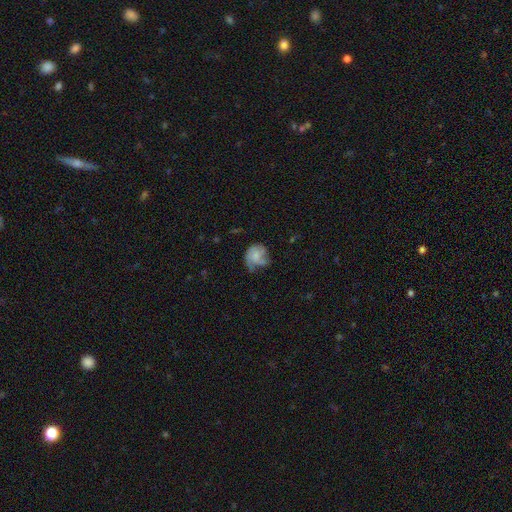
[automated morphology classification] A featured or disk galaxy (51%).

Vote fractions:
- Smooth or featured? featured or disk: 51% / smooth: 40% / star or artifact: 9%
- Edge-on disk? no: 98% / yes: 2%
- Merging? none: 41% / minor disturbance: 30% / major disturbance: 24% / merger: 5%